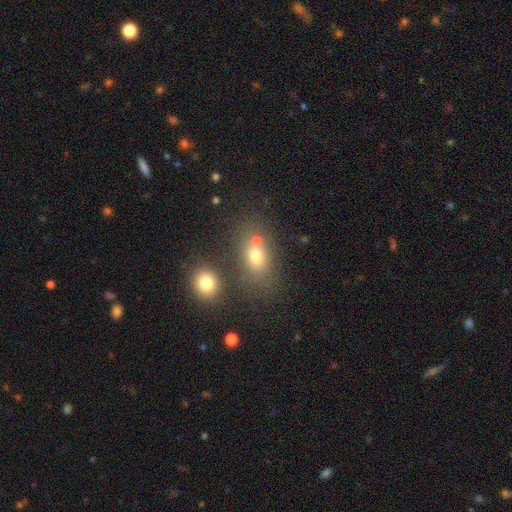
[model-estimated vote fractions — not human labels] smooth_or_featured: smooth (p=0.67) [alt: star or artifact p=0.17]
how_rounded: in between (p=0.66) [alt: round p=0.31]
merging: none (p=0.53) [alt: merger p=0.29]